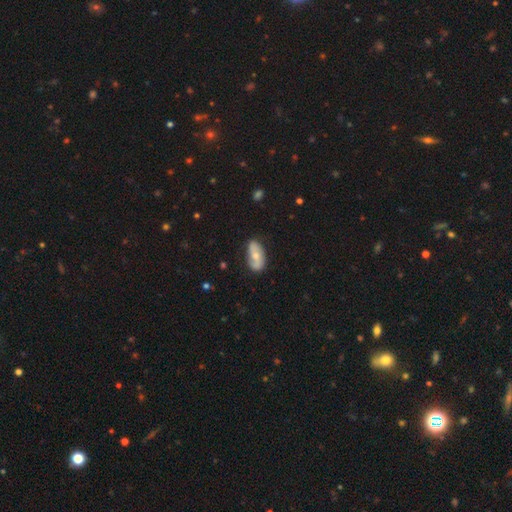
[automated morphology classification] Smooth or featured: featured or disk — 51% (smooth — 43%)
Edge-on disk: no — 90% (yes — 10%)
Merging: none — 74% (minor disturbance — 20%)